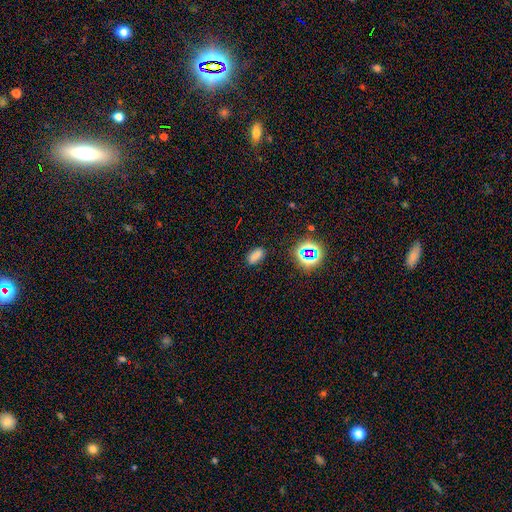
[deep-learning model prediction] A smooth galaxy with no disk features (71%) that is in between round and cigar-shaped (85%).

Vote fractions:
- Smooth or featured? smooth: 71% / star or artifact: 22% / featured or disk: 7%
- How rounded? in between: 85% / cigar-shaped: 8% / round: 7%
- Merging? none: 83% / minor disturbance: 12% / major disturbance: 3% / merger: 2%